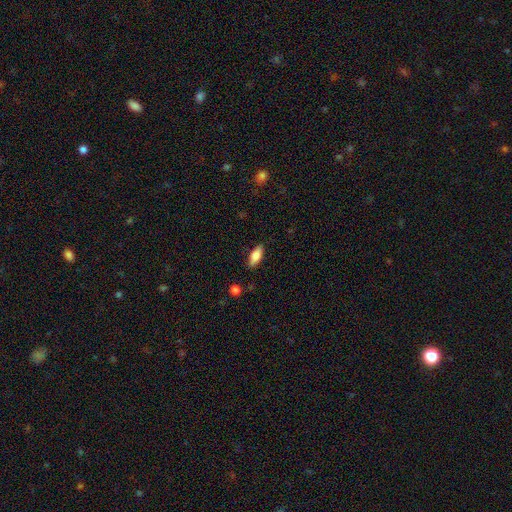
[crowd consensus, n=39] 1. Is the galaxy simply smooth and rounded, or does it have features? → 77% smooth, 21% featured or disk, 3% star or artifact.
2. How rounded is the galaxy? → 83% in between, 17% cigar-shaped, 0% round.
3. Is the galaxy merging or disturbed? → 79% none, 18% minor disturbance, 3% major disturbance, 0% merger.